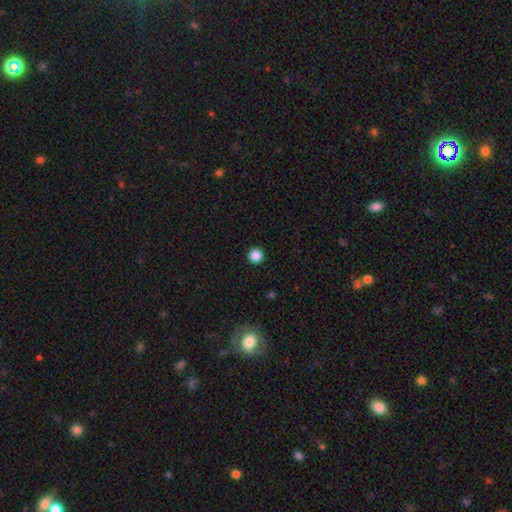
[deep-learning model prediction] smooth 87%, star or artifact 10%, featured or disk 3%. Down the decision tree: how rounded — round (97%); merging — none (94%).